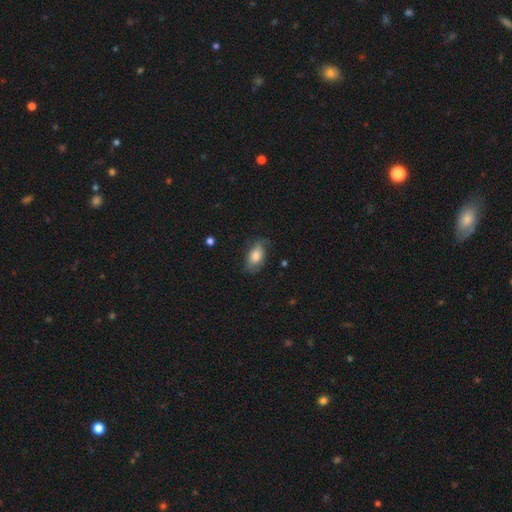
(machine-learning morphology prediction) Overall: smooth (68%). How rounded: in between (90%). Merging: none (59%; minor disturbance 29%).